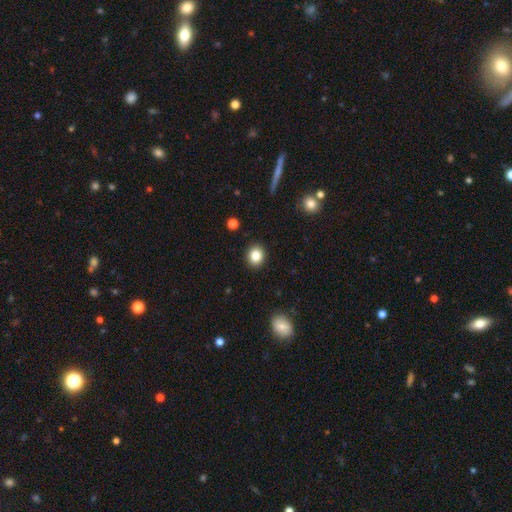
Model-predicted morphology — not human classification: The model was most divided on "how rounded": round: 70%, in between: 29%, cigar-shaped: 1%. More confident: merging — none (91%); smooth or featured — smooth (85%).